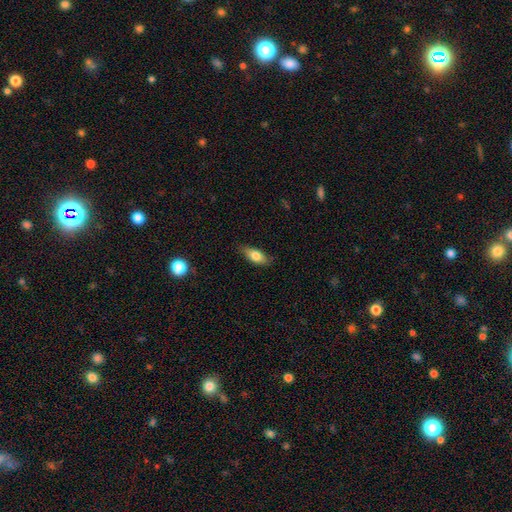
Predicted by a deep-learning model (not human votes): The model was most divided on "smooth or featured": smooth: 76%, featured or disk: 17%, star or artifact: 7%. More confident: merging — none (80%); how rounded — in between (80%).